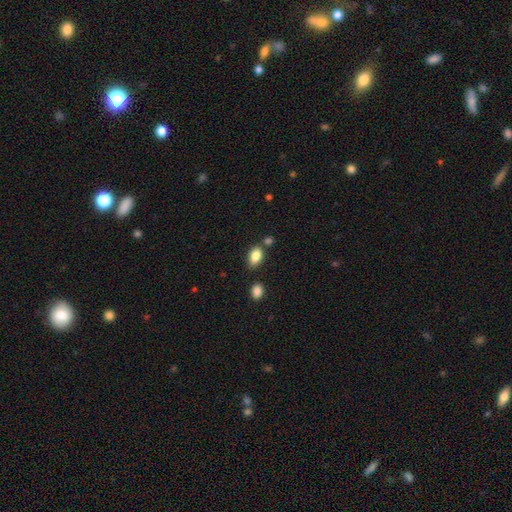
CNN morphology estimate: This is clearly a smooth galaxy (85%). How rounded: clearly in between (88%). Merging: likely none (69%).